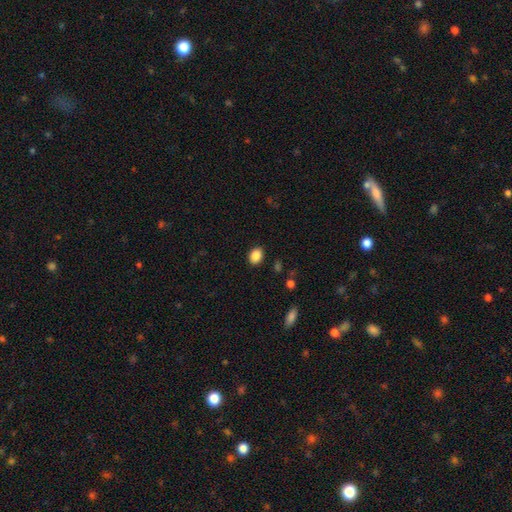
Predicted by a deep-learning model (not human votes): This appears to be a smooth galaxy with no disk features (87%) that is in between round and cigar-shaped (64%). Merging: none (88%).